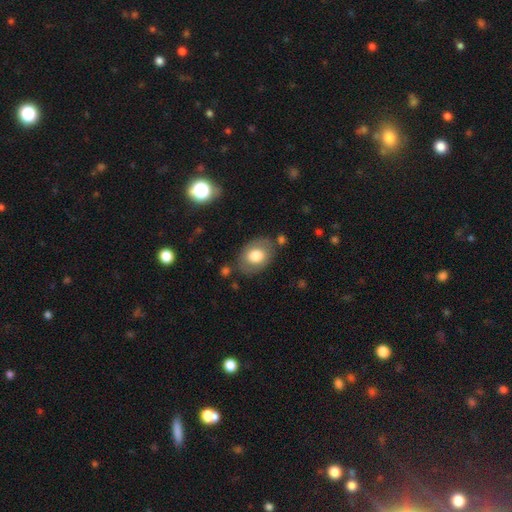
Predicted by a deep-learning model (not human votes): Smooth or featured? smooth (72%)
How rounded? in between (72%)
Merging? none (76%)